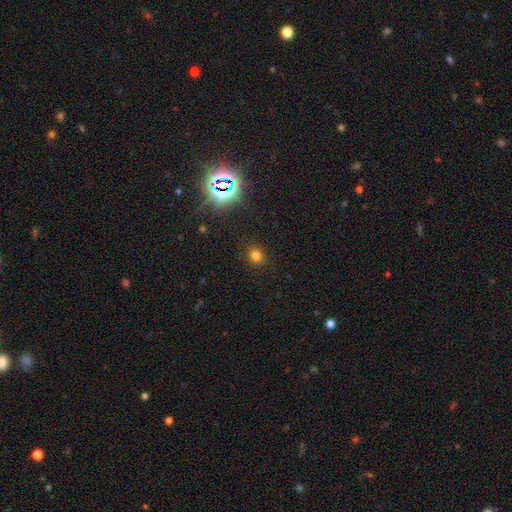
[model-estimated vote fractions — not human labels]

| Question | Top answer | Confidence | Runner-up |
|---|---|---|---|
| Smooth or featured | smooth | 76% | star or artifact (19%) |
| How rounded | round | 77% | in between (22%) |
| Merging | none | 89% | minor disturbance (7%) |